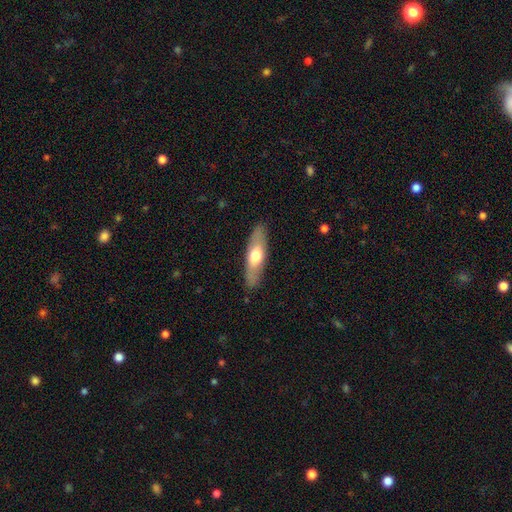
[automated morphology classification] Smooth or featured? smooth (57%)
How rounded? cigar-shaped (52%)
Merging? none (87%)